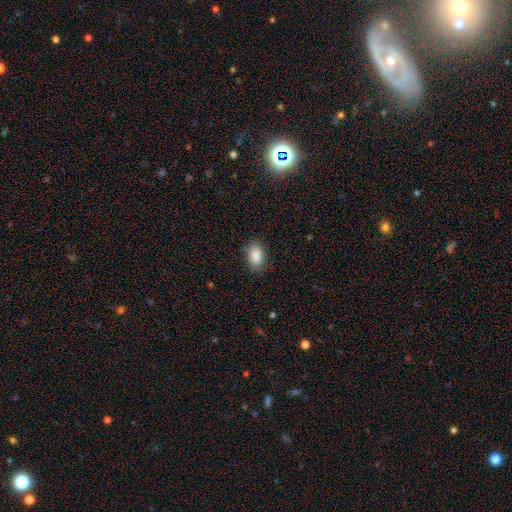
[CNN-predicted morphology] Smooth or featured? smooth (89%)
How rounded? in between (92%)
Merging? none (83%)